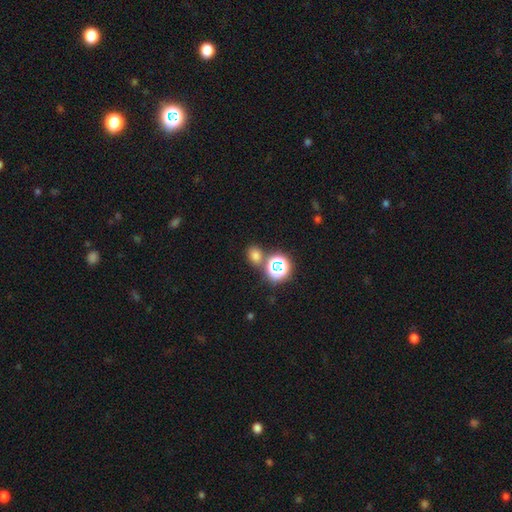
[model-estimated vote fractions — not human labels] Q: Smooth or featured?
A: smooth (67%); runner-up: star or artifact (27%)
Q: How rounded?
A: round (58%); runner-up: in between (41%)
Q: Merging?
A: none (74%); runner-up: merger (13%)